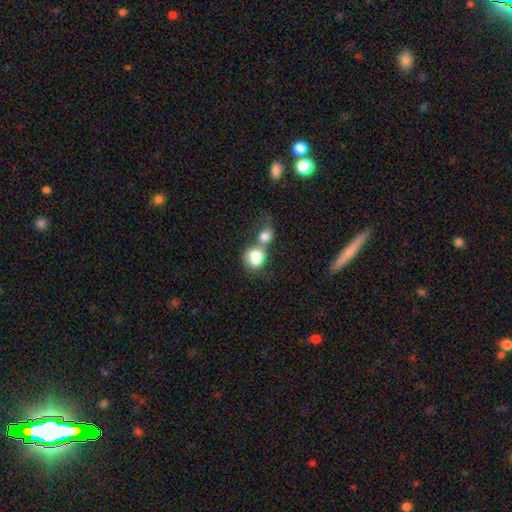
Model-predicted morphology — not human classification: Smooth or featured? smooth (78%)
How rounded? round (68%)
Merging? merger (66%)